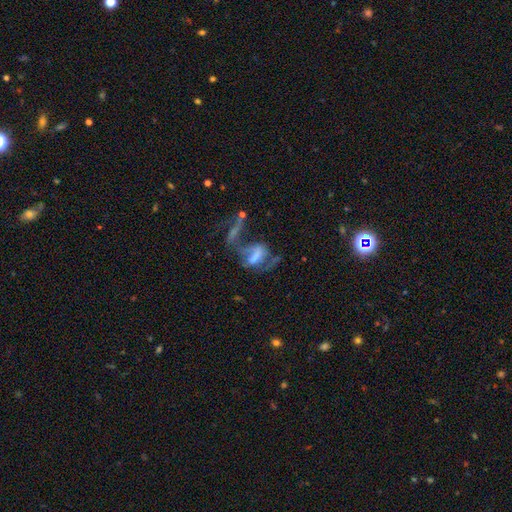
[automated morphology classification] A featured or disk galaxy (52%).

Vote fractions:
- Smooth or featured? featured or disk: 52% / smooth: 34% / star or artifact: 14%
- Edge-on disk? no: 94% / yes: 6%
- Merging? major disturbance: 41% / merger: 29% / none: 19% / minor disturbance: 12%